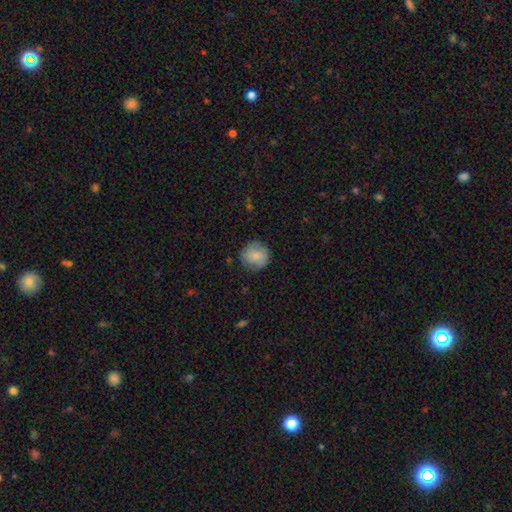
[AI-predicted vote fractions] A smooth galaxy with no disk features (77%) that is round (90%). Merging: none (80%).